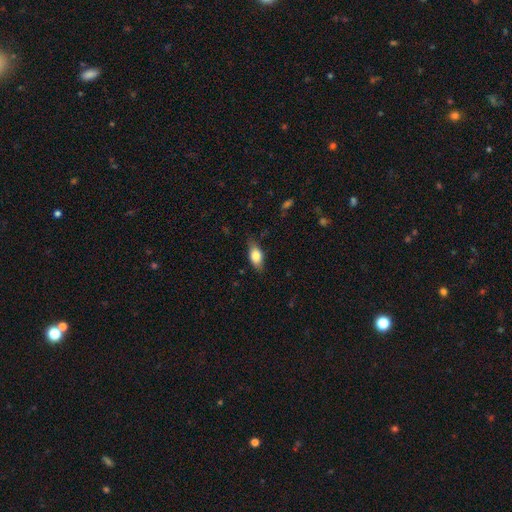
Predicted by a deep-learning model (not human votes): Smooth or featured: smooth — 77% (featured or disk — 16%)
How rounded: in between — 84% (cigar-shaped — 11%)
Merging: none — 76% (minor disturbance — 18%)